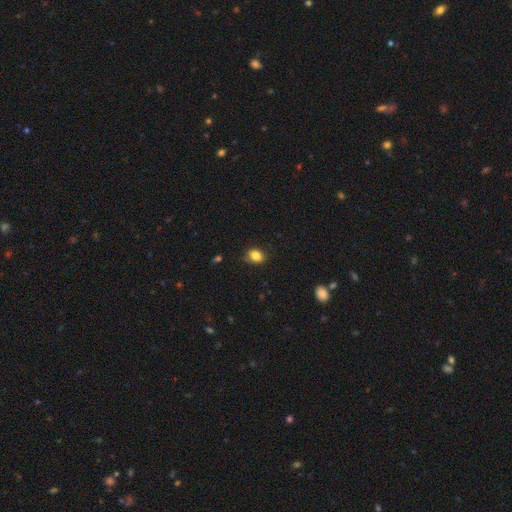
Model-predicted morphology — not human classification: smooth 83%, star or artifact 10%, featured or disk 7%. Down the decision tree: how rounded — in between (70%); merging — none (77%).